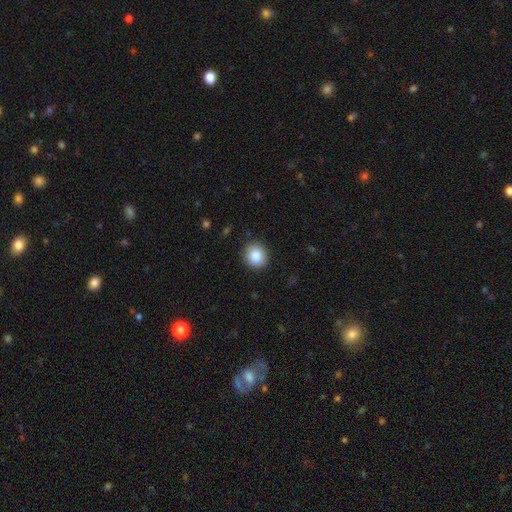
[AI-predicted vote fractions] Smooth or featured? Predicted: smooth (p=0.85). How rounded? Predicted: round (p=0.82). Merging? Predicted: none (p=0.90).